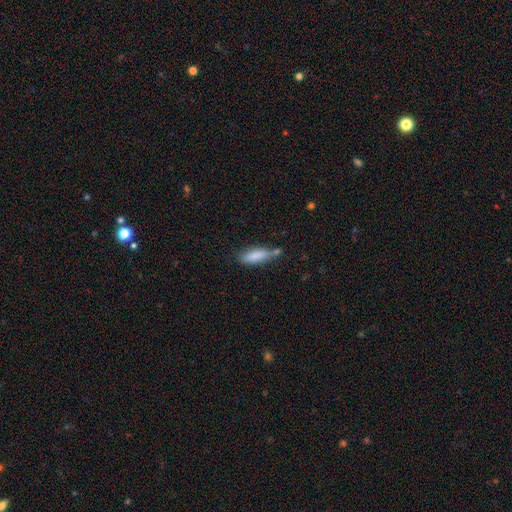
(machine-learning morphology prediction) smooth 82%, featured or disk 12%, star or artifact 7%. Down the decision tree: how rounded — cigar-shaped (52%); merging — none (52%).